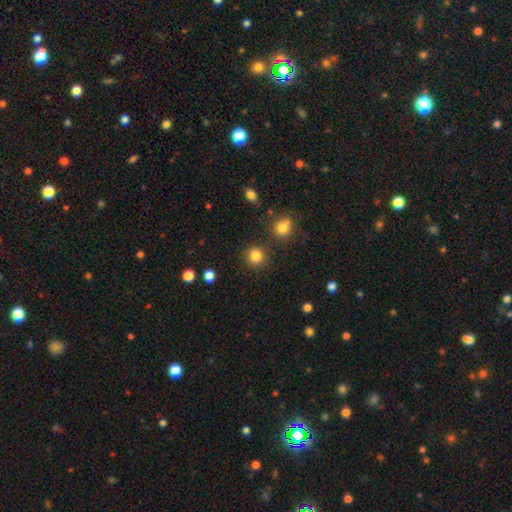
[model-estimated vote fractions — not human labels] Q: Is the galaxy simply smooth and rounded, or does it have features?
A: smooth — 84%.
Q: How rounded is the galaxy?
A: round — 85%.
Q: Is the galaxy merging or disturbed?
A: none — 84%.